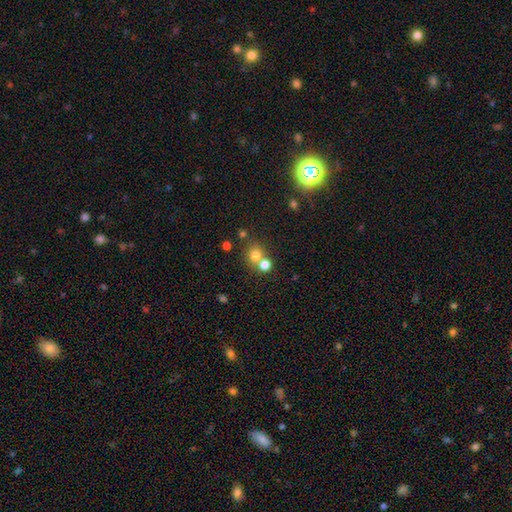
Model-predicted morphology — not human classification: smooth-or-featured: smooth: 74% | star or artifact: 16% | featured or disk: 10%
  how-rounded: round: 82% | in between: 17% | cigar-shaped: 1%
  merging: none: 51% | merger: 38% | minor disturbance: 7% | major disturbance: 3%